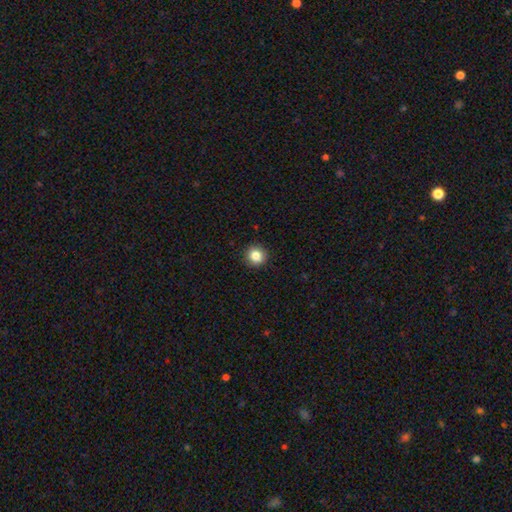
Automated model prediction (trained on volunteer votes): The model was most divided on "smooth or featured": smooth: 85%, star or artifact: 10%, featured or disk: 5%. More confident: merging — none (92%); how rounded — round (92%).